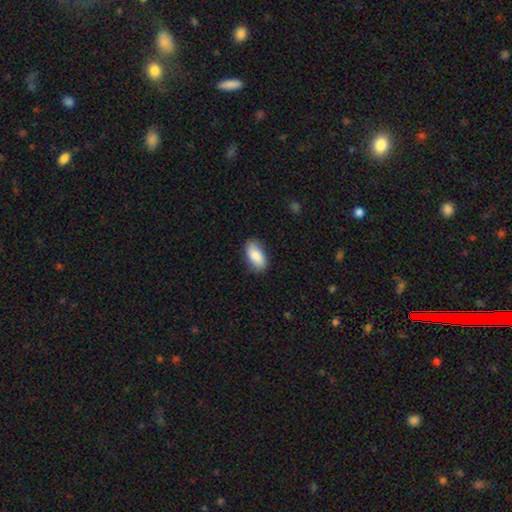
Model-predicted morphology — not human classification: A smooth galaxy with no disk features (84%) that is in between round and cigar-shaped (91%).

Vote fractions:
- Smooth or featured? smooth: 84% / featured or disk: 10% / star or artifact: 6%
- How rounded? in between: 91% / cigar-shaped: 5% / round: 3%
- Merging? none: 83% / minor disturbance: 14% / major disturbance: 3% / merger: 1%